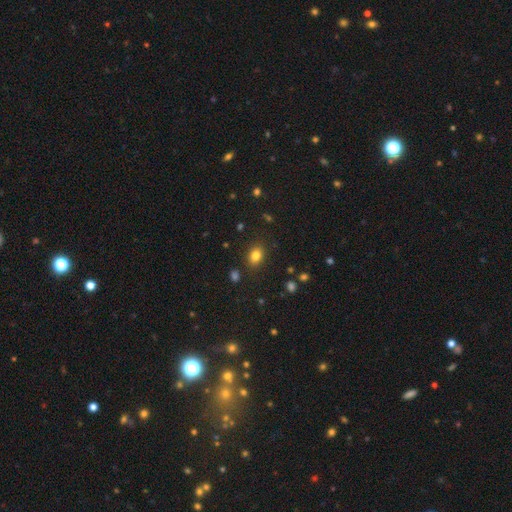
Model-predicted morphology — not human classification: This appears to be a smooth galaxy with no disk features (81%) that is in between round and cigar-shaped (62%). Merging: none (86%).